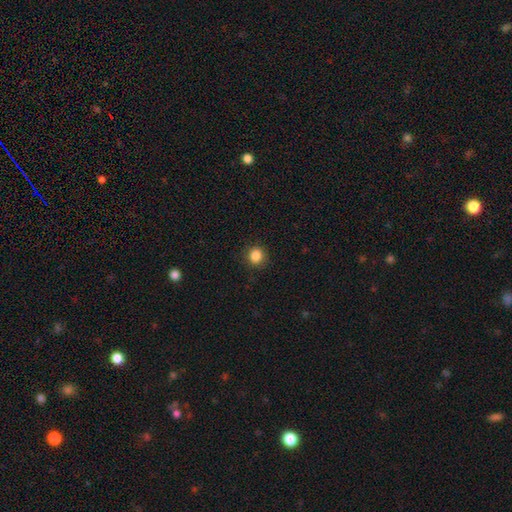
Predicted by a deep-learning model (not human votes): This appears to be a smooth galaxy with no disk features (85%) that is round (90%). Merging: none (89%).